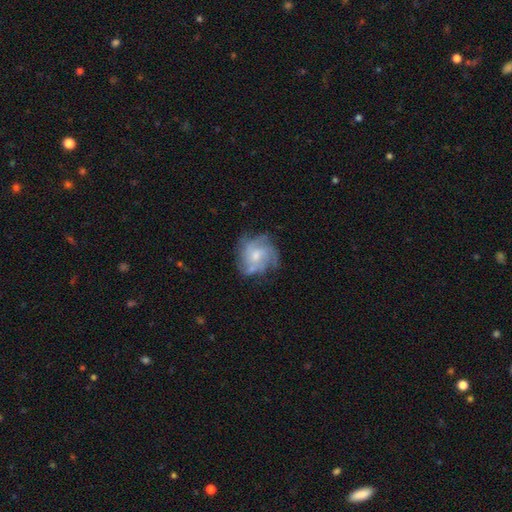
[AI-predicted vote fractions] smooth-or-featured: featured or disk: 70% | smooth: 22% | star or artifact: 8%
  disk-edge-on: no: 98% | yes: 2%
    bar: no: 69% | weak: 27% | strong: 3%
    has-spiral-arms: yes: 84% | no: 16%
      spiral-winding: tight: 41% (tied) | medium: 41% (tied) | loose: 18%
      spiral-arm-count: can't tell: 33% | 4: 27% | 3: 19% | 2: 8% | more than 4: 7% | 1: 5%
    bulge-size: moderate: 46% | small: 45% | none: 5% | large: 3% | dominant: 1%
  merging: none: 62% | minor disturbance: 22% | major disturbance: 13% | merger: 3%